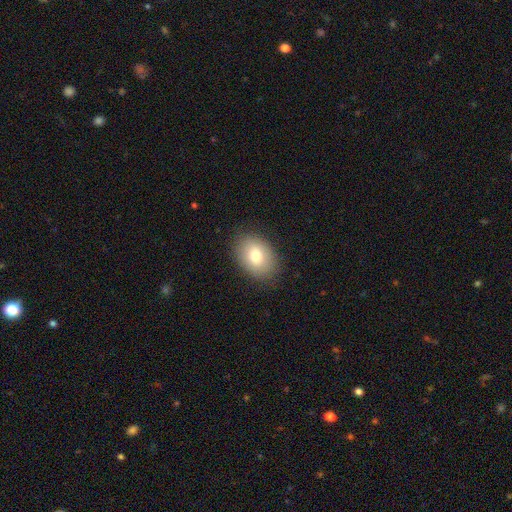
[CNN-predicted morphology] Q: Smooth or featured?
A: smooth (76%); runner-up: featured or disk (15%)
Q: How rounded?
A: in between (76%); runner-up: round (23%)
Q: Merging?
A: none (85%); runner-up: minor disturbance (10%)